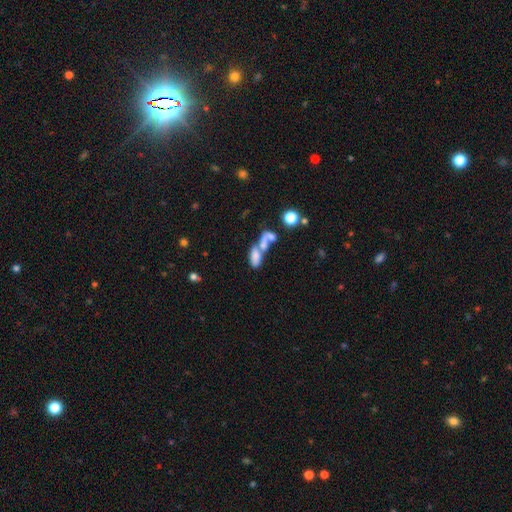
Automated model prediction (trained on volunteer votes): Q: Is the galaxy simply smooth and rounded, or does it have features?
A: smooth — 64%.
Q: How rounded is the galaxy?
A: in between — 77%.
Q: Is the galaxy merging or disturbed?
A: merger — 63%.